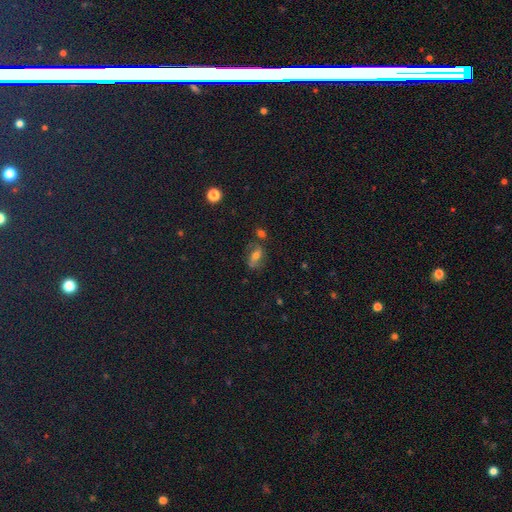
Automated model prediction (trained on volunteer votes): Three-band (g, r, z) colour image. It shows a smooth galaxy with no disk features (44%). Merging: none (63%).